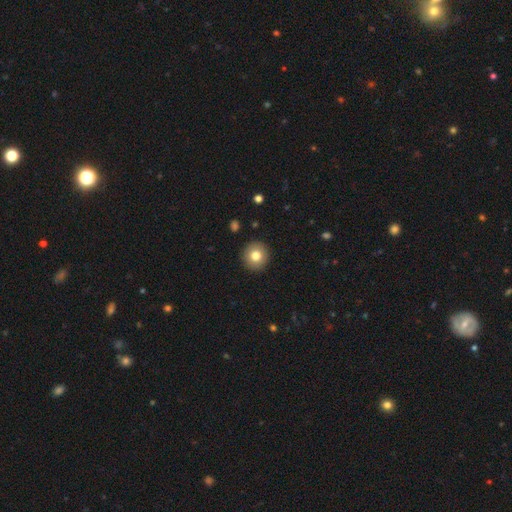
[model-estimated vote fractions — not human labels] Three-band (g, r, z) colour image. It shows a smooth galaxy with no disk features (79%) that is round (94%). Merging: none (92%).